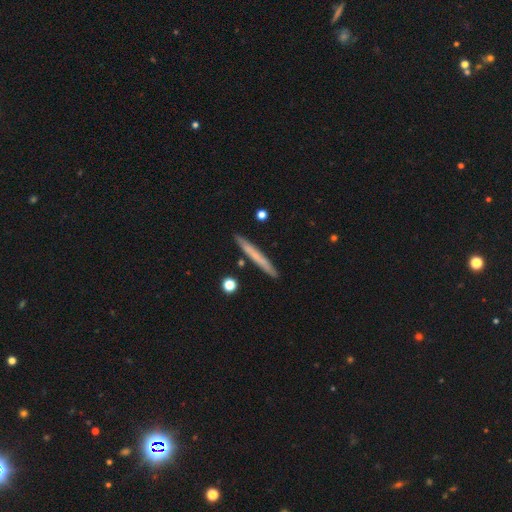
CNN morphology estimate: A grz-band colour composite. It shows a smooth galaxy with no disk features (60%) that is cigar-shaped (97%). Merging: none (89%).